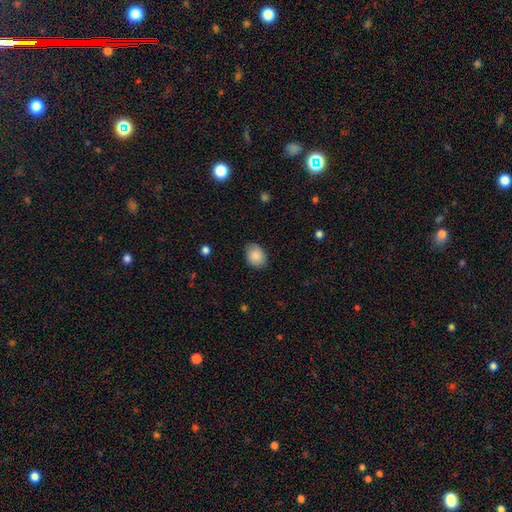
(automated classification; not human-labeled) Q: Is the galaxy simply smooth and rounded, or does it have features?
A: smooth — 86%.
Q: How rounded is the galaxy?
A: in between — 60%.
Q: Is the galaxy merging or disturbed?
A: none — 78%.